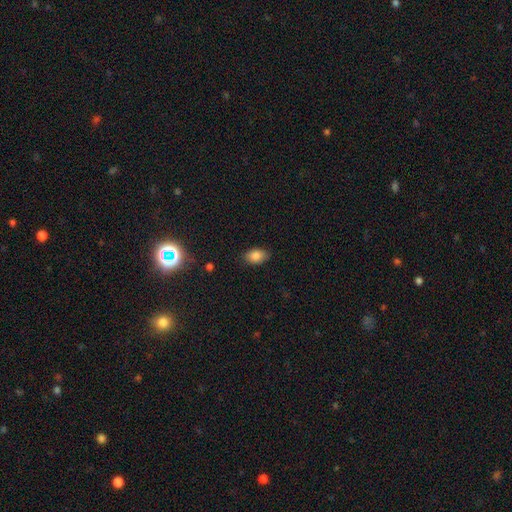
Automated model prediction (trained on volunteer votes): This appears to be a smooth galaxy with no disk features (84%) that is in between round and cigar-shaped (87%). Merging: none (84%).